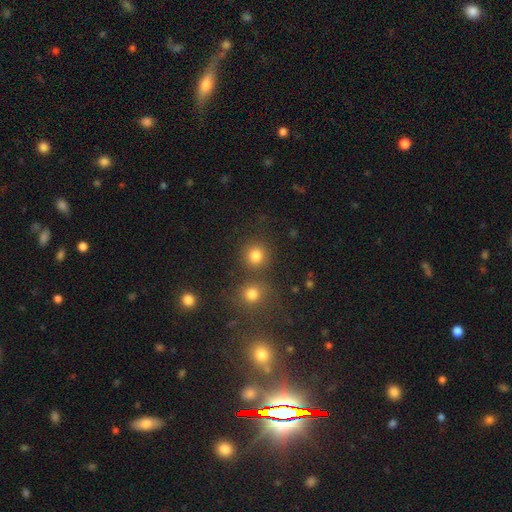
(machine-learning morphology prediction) This is clearly a smooth galaxy (81%). How rounded: clearly round (92%). Merging: likely none (76%).